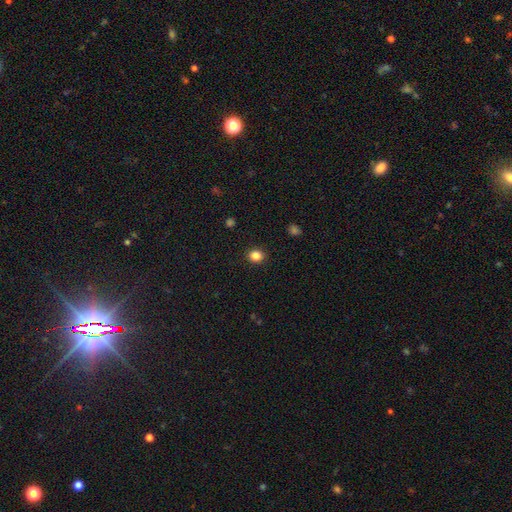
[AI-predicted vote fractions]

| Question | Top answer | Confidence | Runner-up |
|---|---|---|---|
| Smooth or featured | smooth | 85% | star or artifact (12%) |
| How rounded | round | 72% | in between (27%) |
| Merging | none | 91% | minor disturbance (6%) |